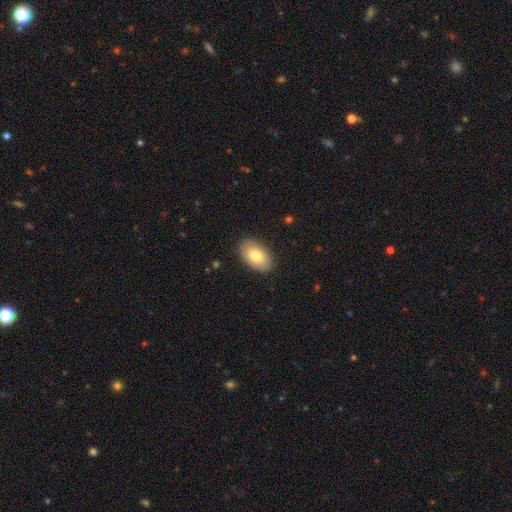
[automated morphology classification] smooth-or-featured: smooth: 78% | featured or disk: 16% | star or artifact: 6%
  how-rounded: in between: 94% | round: 5% | cigar-shaped: 1%
  merging: none: 87% | minor disturbance: 10% | major disturbance: 2% | merger: 1%